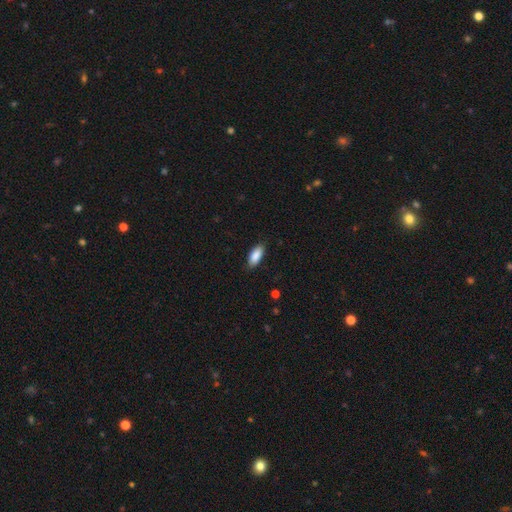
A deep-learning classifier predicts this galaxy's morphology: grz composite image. It shows a smooth galaxy with no disk features (88%) that is in between round and cigar-shaped (84%). Merging: none (84%).